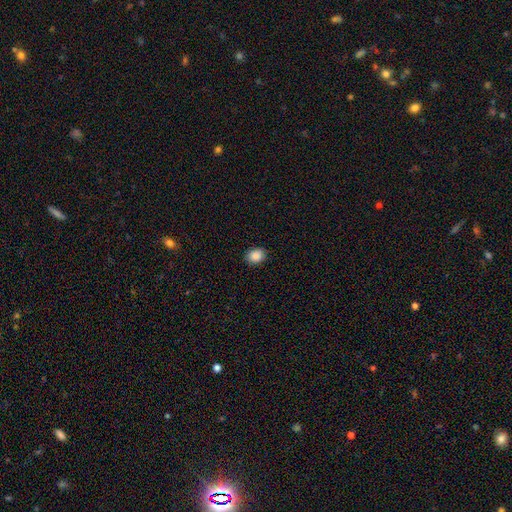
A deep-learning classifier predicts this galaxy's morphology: Overall: smooth (88%). How rounded: round (50%; in between 49%). Merging: none (87%).